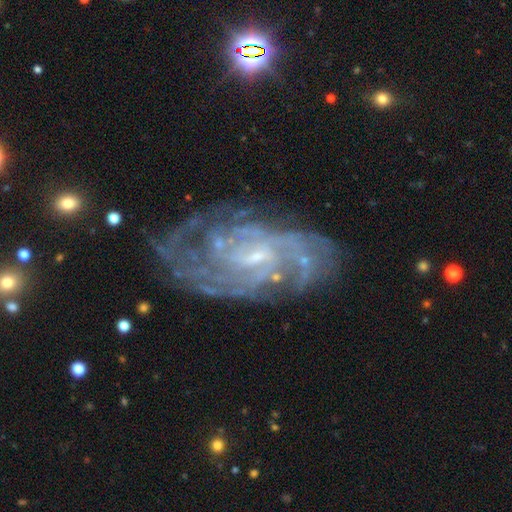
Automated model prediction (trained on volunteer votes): Smooth or featured?
  - featured or disk: 87% *
  - star or artifact: 7%
  - smooth: 6%
Edge-on disk?
  - no: 96% *
  - yes: 4%
Bar?
  - weak: 49% *
  - no: 37%
  - strong: 14%
Spiral arms?
  - yes: 94% *
  - no: 6%
Spiral winding?
  - tight: 59% *
  - medium: 32%
  - loose: 8%
Spiral arm count?
  - can't tell: 39% *
  - 4: 16%
  - 3: 14%
  - 2: 14%
  - more than 4: 10%
  - 1: 7%
Bulge size?
  - small: 73% *
  - moderate: 16%
  - none: 9%
  - large: 1%
  - dominant: 1%
Merging?
  - none: 66% *
  - minor disturbance: 20%
  - major disturbance: 11%
  - merger: 3%